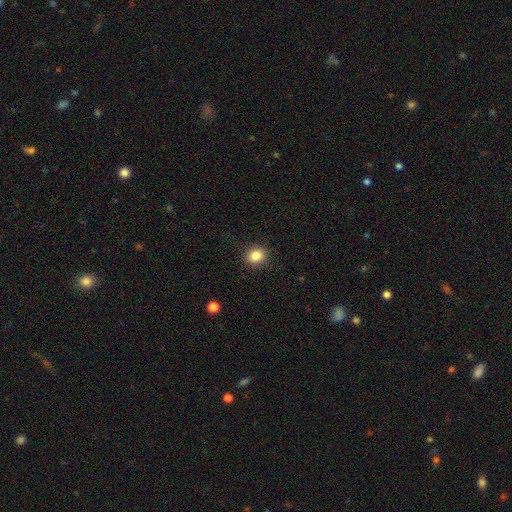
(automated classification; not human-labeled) Q: Smooth or featured?
A: smooth (85%); runner-up: star or artifact (10%)
Q: How rounded?
A: round (64%); runner-up: in between (35%)
Q: Merging?
A: none (90%); runner-up: minor disturbance (7%)